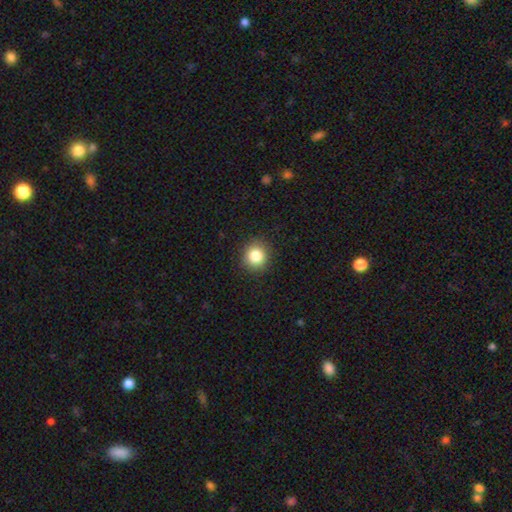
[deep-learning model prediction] This is clearly a smooth galaxy (84%). How rounded: clearly round (88%). Merging: clearly none (90%).